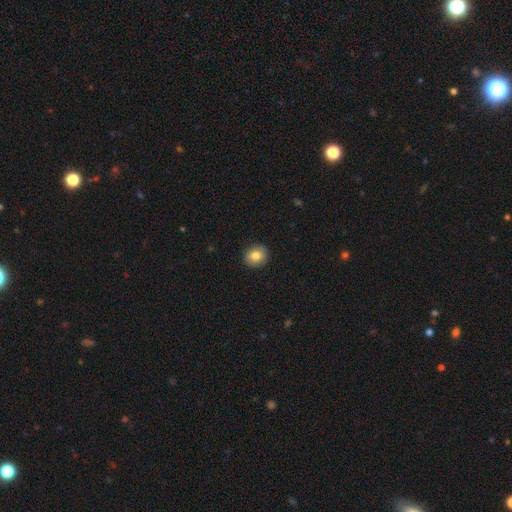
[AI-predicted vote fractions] A smooth galaxy with no disk features (84%) that is round (79%).

Vote fractions:
- Smooth or featured? smooth: 84% / star or artifact: 9% / featured or disk: 7%
- How rounded? round: 79% / in between: 20% / cigar-shaped: 1%
- Merging? none: 91% / minor disturbance: 6% / major disturbance: 2% / merger: 1%